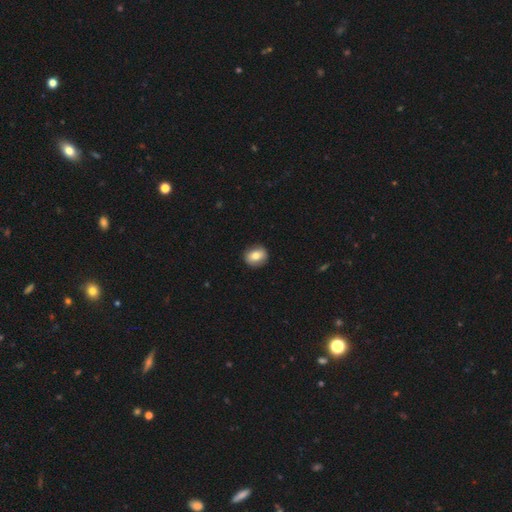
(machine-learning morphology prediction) The model was most divided on "how rounded": round: 59%, in between: 39%, cigar-shaped: 1%. More confident: merging — none (87%); smooth or featured — smooth (74%).